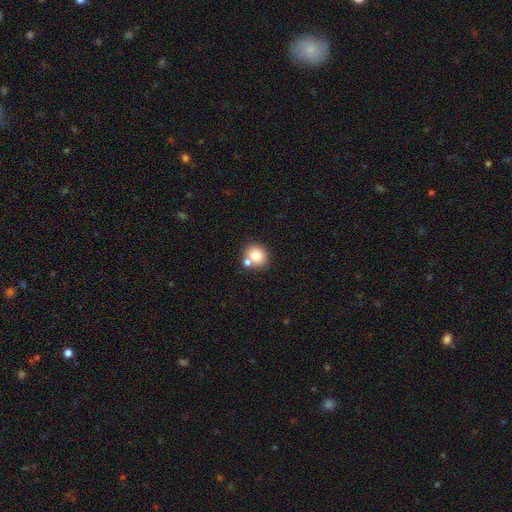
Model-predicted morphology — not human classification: This is likely a smooth galaxy (77%). How rounded: likely round (77%). Merging: likely none (62%).